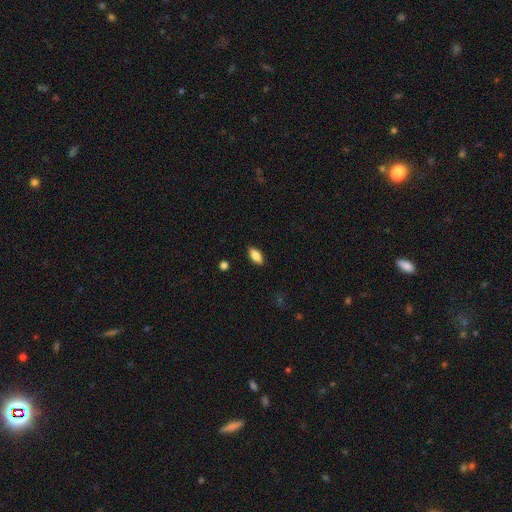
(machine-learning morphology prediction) A smooth galaxy with no disk features (86%) that is in between round and cigar-shaped (87%).

Vote fractions:
- Smooth or featured? smooth: 86% / featured or disk: 8% / star or artifact: 7%
- How rounded? in between: 87% / cigar-shaped: 10% / round: 3%
- Merging? none: 88% / minor disturbance: 9% / major disturbance: 2% / merger: 1%